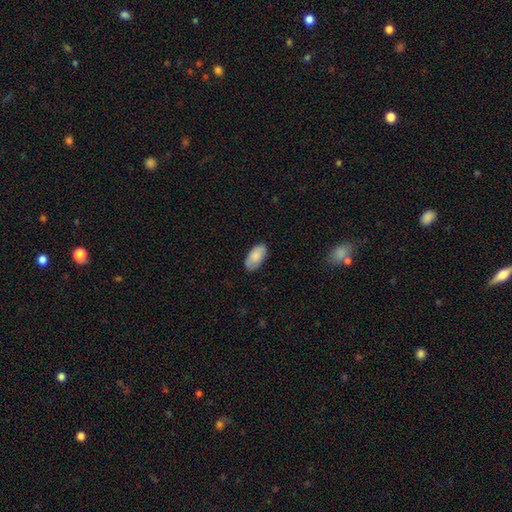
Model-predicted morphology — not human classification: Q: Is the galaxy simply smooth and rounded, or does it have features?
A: smooth — 85%.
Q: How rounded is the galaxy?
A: in between — 95%.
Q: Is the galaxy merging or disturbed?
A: none — 84%.